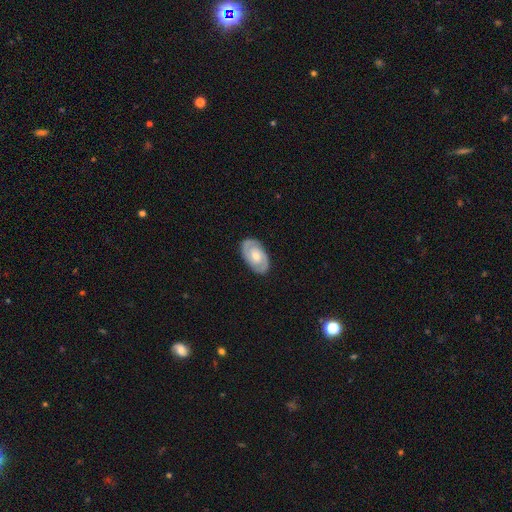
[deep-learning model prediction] Smooth or featured?
  - featured or disk: 79% *
  - smooth: 16%
  - star or artifact: 5%
Edge-on disk?
  - no: 96% *
  - yes: 4%
Bar?
  - no: 61% *
  - weak: 32%
  - strong: 8%
Spiral arms?
  - yes: 90% *
  - no: 10%
Spiral winding?
  - tight: 59% *
  - medium: 33%
  - loose: 8%
Spiral arm count?
  - 2: 89% *
  - can't tell: 6%
  - 1: 2%
  - 3: 1%
  - 4: 1%
  - more than 4: 1%
Bulge size?
  - moderate: 70% *
  - small: 22%
  - large: 5%
  - none: 2%
  - dominant: 1%
Merging?
  - none: 88% *
  - minor disturbance: 9%
  - major disturbance: 2%
  - merger: 1%